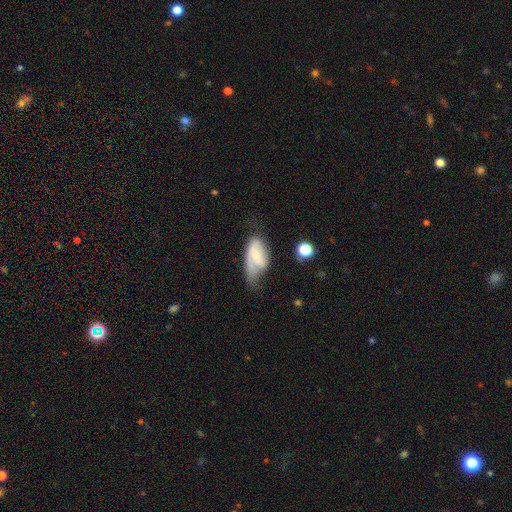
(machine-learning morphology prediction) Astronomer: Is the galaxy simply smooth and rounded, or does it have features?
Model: featured or disk — 48% (runner-up: smooth, 45%).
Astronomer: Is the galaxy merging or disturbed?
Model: minor disturbance — 37% (runner-up: major disturbance, 30%).